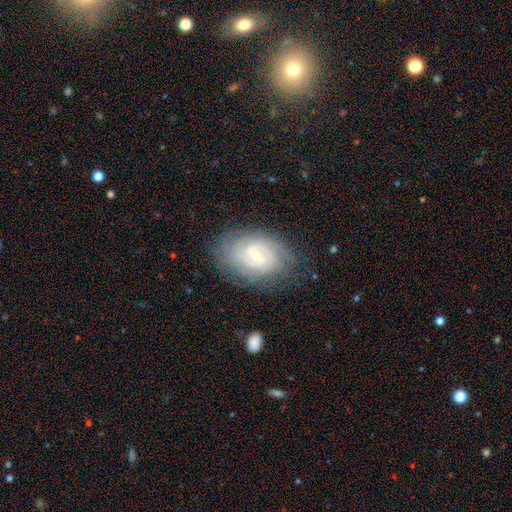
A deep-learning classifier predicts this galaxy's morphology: Q: Smooth or featured?
A: featured or disk (79%); runner-up: smooth (14%)
Q: Edge-on disk?
A: no (96%); runner-up: yes (4%)
Q: Bar?
A: weak (57%); runner-up: no (24%)
Q: Spiral arms?
A: yes (92%); runner-up: no (8%)
Q: Spiral winding?
A: tight (67%); runner-up: medium (26%)
Q: Spiral arm count?
A: can't tell (39%); runner-up: 2 (32%)
Q: Bulge size?
A: small (74%); runner-up: moderate (22%)
Q: Merging?
A: none (78%); runner-up: minor disturbance (15%)